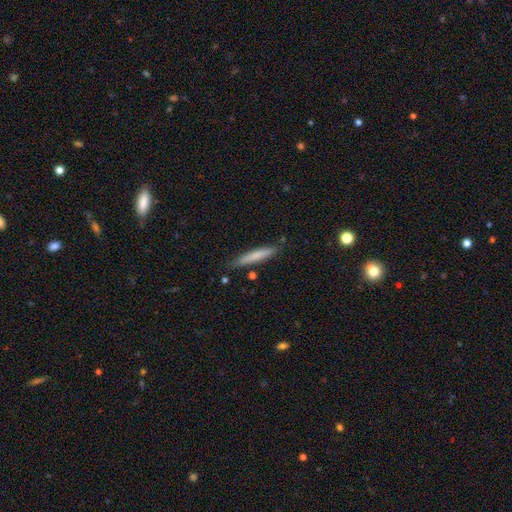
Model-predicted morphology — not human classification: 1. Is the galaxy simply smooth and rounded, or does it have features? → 71% smooth, 23% featured or disk, 6% star or artifact.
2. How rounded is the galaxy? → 94% cigar-shaped, 5% in between, 1% round.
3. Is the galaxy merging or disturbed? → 84% none, 12% minor disturbance, 3% merger, 2% major disturbance.